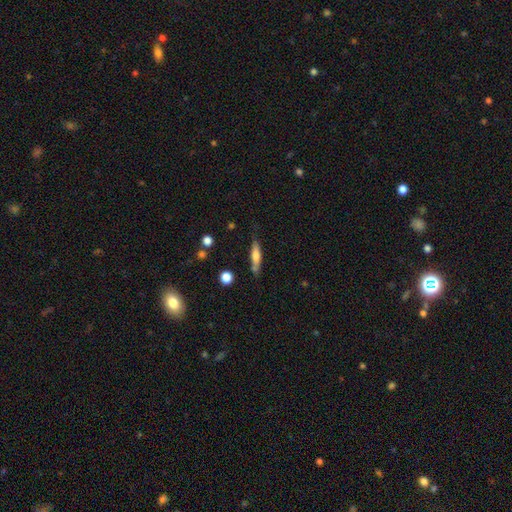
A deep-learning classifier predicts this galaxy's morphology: Q: Smooth or featured?
A: smooth (58%); runner-up: featured or disk (35%)
Q: How rounded?
A: cigar-shaped (76%); runner-up: in between (22%)
Q: Merging?
A: none (73%); runner-up: minor disturbance (18%)